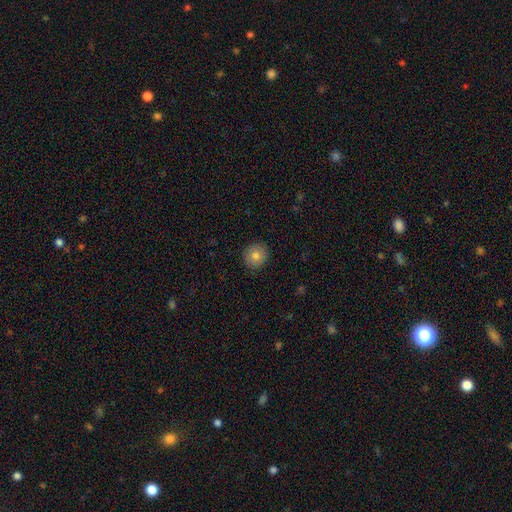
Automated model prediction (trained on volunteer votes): Smooth or featured: smooth — 80% (featured or disk — 11%)
How rounded: round — 90% (in between — 9%)
Merging: none — 90% (minor disturbance — 7%)